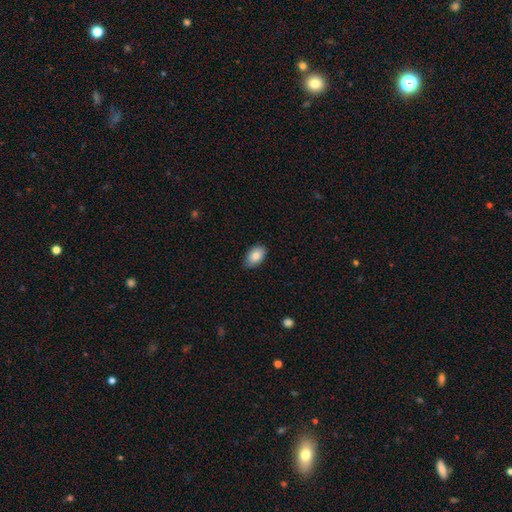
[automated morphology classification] A smooth galaxy with no disk features (83%) that is in between round and cigar-shaped (90%).

Vote fractions:
- Smooth or featured? smooth: 83% / featured or disk: 10% / star or artifact: 7%
- How rounded? in between: 90% / round: 8% / cigar-shaped: 1%
- Merging? none: 82% / minor disturbance: 14% / major disturbance: 2% / merger: 1%